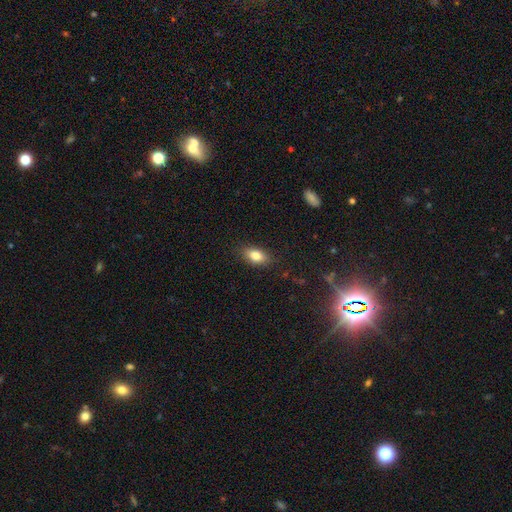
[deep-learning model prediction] smooth_or_featured: smooth (p=0.81) [alt: featured or disk p=0.10]
how_rounded: in between (p=0.86) [alt: round p=0.09]
merging: none (p=0.85) [alt: minor disturbance p=0.11]